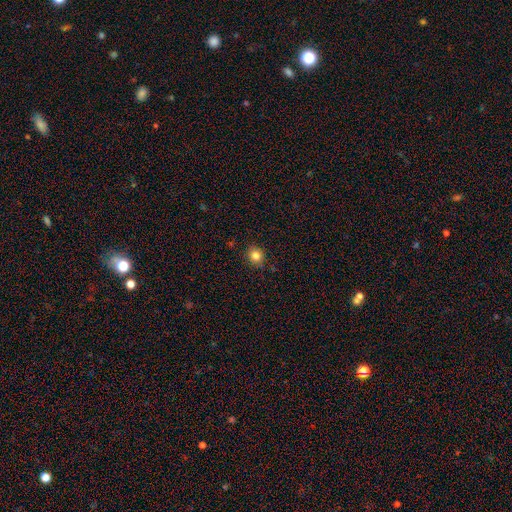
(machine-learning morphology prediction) Smooth or featured?
  - smooth: 82% *
  - star or artifact: 12%
  - featured or disk: 6%
How rounded?
  - round: 85% *
  - in between: 15%
  - cigar-shaped: 1%
Merging?
  - none: 89% *
  - minor disturbance: 8%
  - major disturbance: 2%
  - merger: 1%